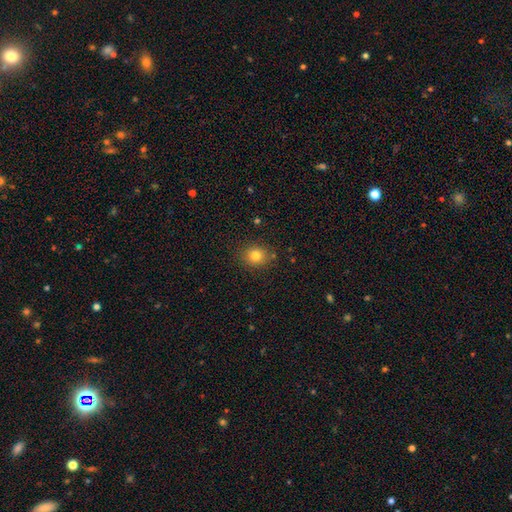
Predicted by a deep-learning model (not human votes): Smooth or featured? Predicted: smooth (p=0.79). How rounded? Predicted: round (p=0.72). Merging? Predicted: none (p=0.86).